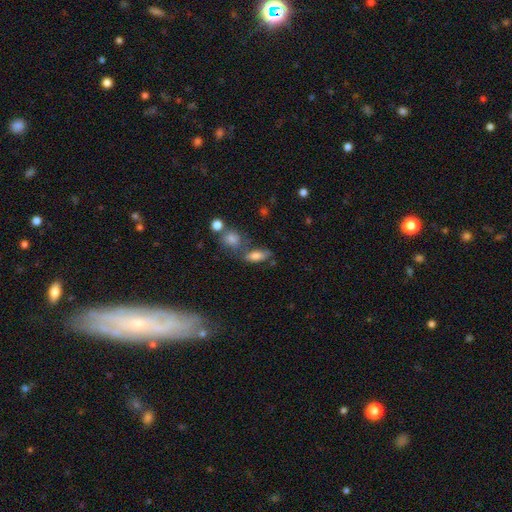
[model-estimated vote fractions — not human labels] Morphology: type=smooth (75%); roundness=in between (79%); merging=none (52%).